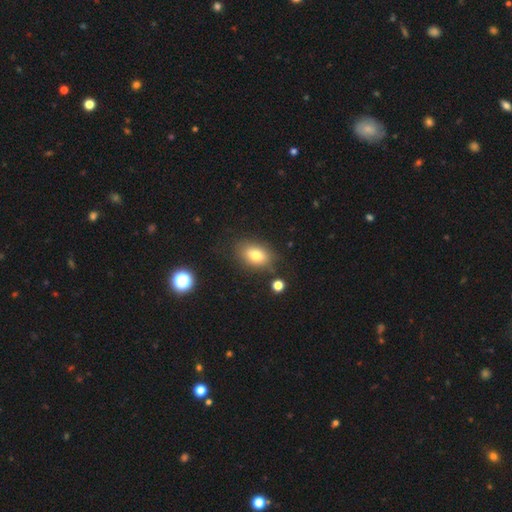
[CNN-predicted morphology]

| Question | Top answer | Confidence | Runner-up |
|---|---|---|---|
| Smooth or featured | smooth | 77% | featured or disk (12%) |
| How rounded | in between | 81% | round (17%) |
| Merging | none | 79% | minor disturbance (13%) |